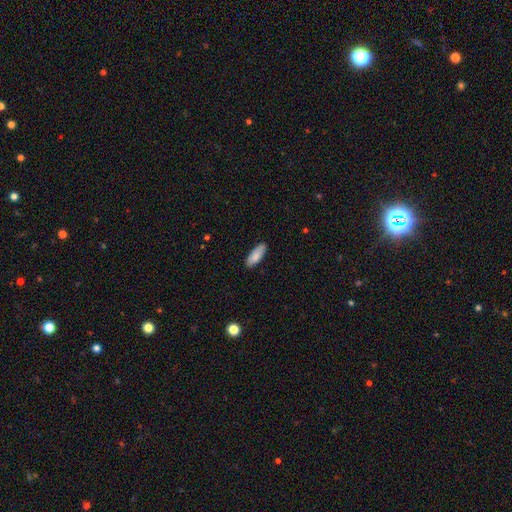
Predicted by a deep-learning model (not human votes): Morphology: type=smooth (86%); roundness=in between (67%); merging=none (85%).